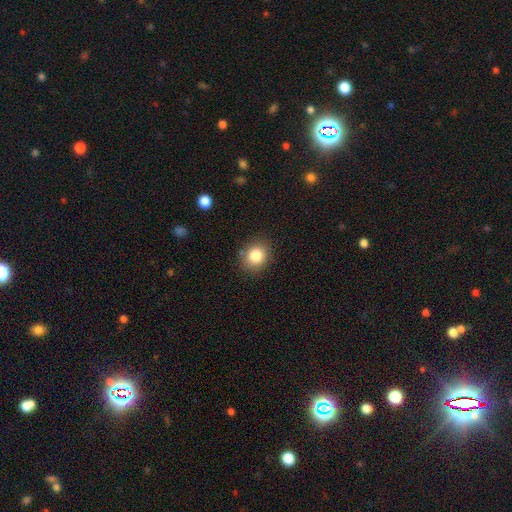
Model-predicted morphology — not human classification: Overall: smooth (83%). How rounded: round (72%). Merging: none (84%).